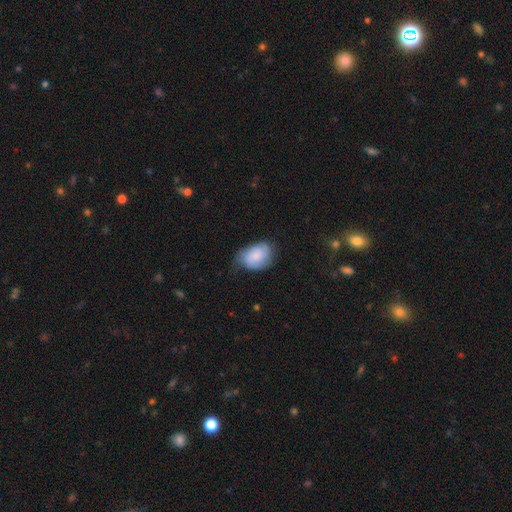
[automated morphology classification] smooth-or-featured: smooth: 72% | featured or disk: 21% | star or artifact: 7%
  how-rounded: in between: 81% | round: 18% | cigar-shaped: 1%
  merging: none: 48% | minor disturbance: 38% | major disturbance: 13% | merger: 2%